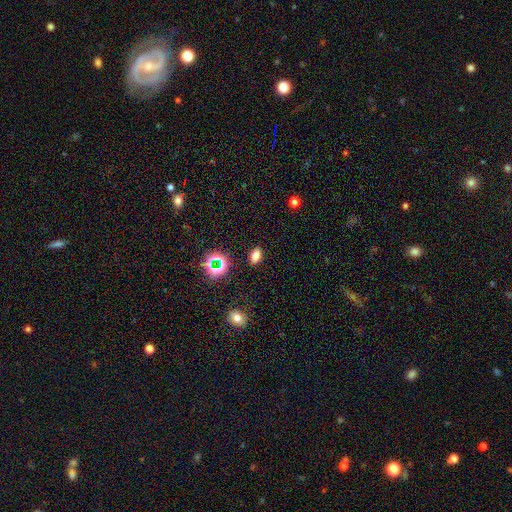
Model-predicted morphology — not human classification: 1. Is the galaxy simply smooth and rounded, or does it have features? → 69% smooth, 21% star or artifact, 11% featured or disk.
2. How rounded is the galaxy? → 84% in between, 11% round, 5% cigar-shaped.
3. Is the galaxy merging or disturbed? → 88% none, 8% minor disturbance, 3% major disturbance, 1% merger.